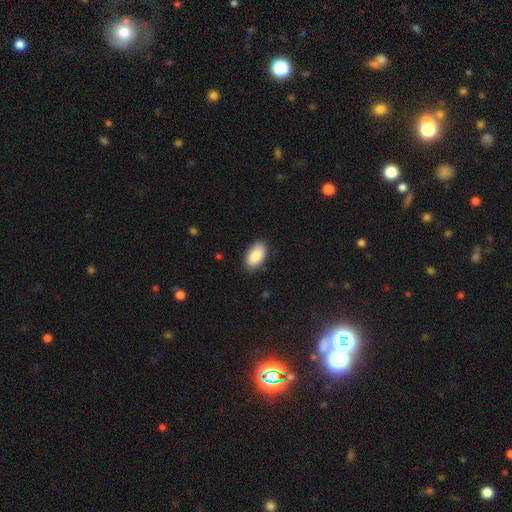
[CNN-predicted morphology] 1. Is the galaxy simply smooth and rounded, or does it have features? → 87% smooth, 7% featured or disk, 6% star or artifact.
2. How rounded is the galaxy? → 95% in between, 3% round, 2% cigar-shaped.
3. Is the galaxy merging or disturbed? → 87% none, 10% minor disturbance, 2% major disturbance, 1% merger.